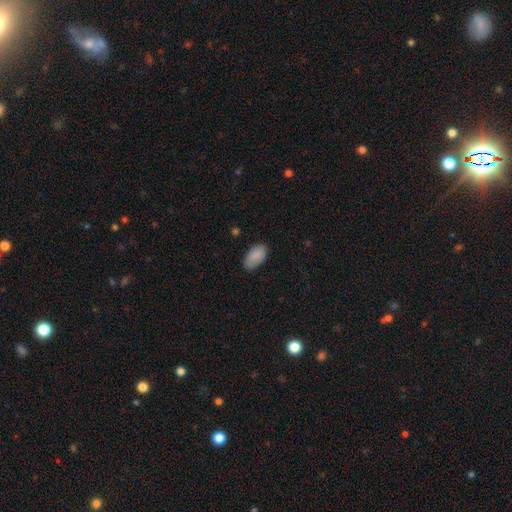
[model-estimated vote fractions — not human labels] Morphology: type=smooth (89%); roundness=in between (95%); merging=none (81%).